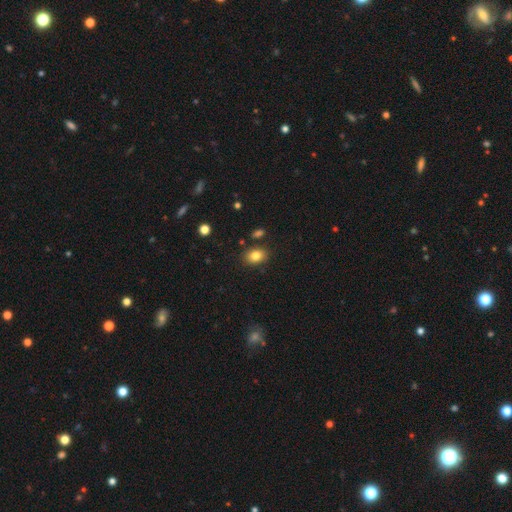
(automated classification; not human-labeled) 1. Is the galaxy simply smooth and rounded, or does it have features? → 83% smooth, 10% star or artifact, 7% featured or disk.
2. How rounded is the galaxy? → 69% in between, 30% round, 1% cigar-shaped.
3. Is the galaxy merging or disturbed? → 83% none, 11% minor disturbance, 3% merger, 3% major disturbance.